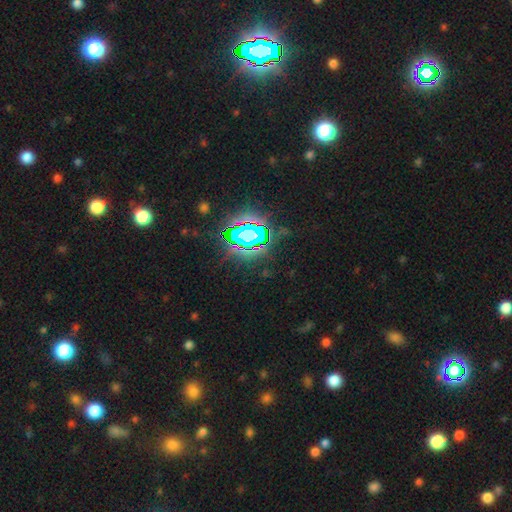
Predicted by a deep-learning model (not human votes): Smooth or featured?
  - star or artifact: 81% *
  - smooth: 12%
  - featured or disk: 7%